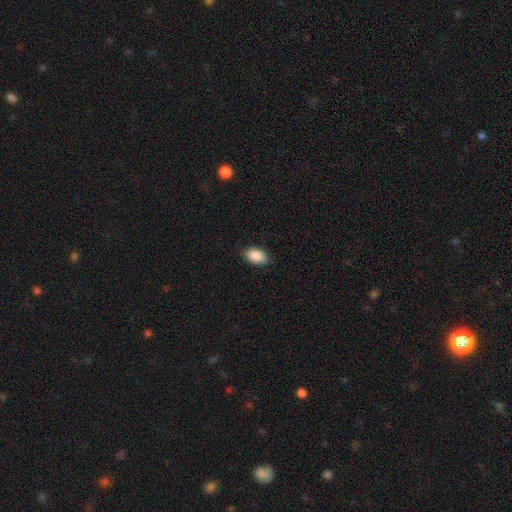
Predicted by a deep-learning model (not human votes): Overall: smooth (89%). How rounded: in between (92%). Merging: none (87%).